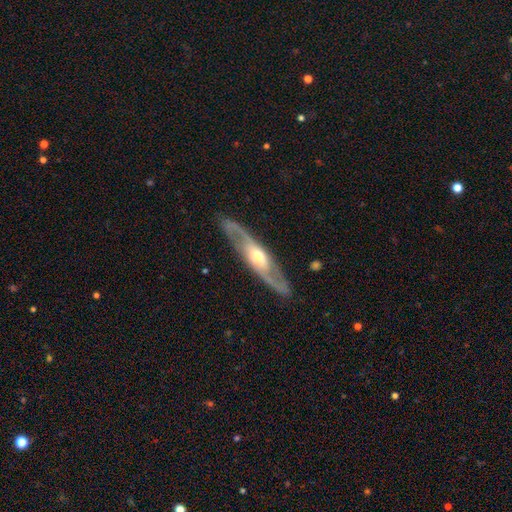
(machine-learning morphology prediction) Q: Smooth or featured?
A: featured or disk (85%); runner-up: smooth (10%)
Q: Edge-on disk?
A: no (73%); runner-up: yes (27%)
Q: Bar?
A: no (56%); runner-up: weak (30%)
Q: Spiral arms?
A: yes (92%); runner-up: no (8%)
Q: Spiral winding?
A: medium (50%); runner-up: loose (29%)
Q: Spiral arm count?
A: 2 (91%); runner-up: can't tell (5%)
Q: Bulge size?
A: moderate (67%); runner-up: small (15%)
Q: Merging?
A: none (88%); runner-up: minor disturbance (9%)